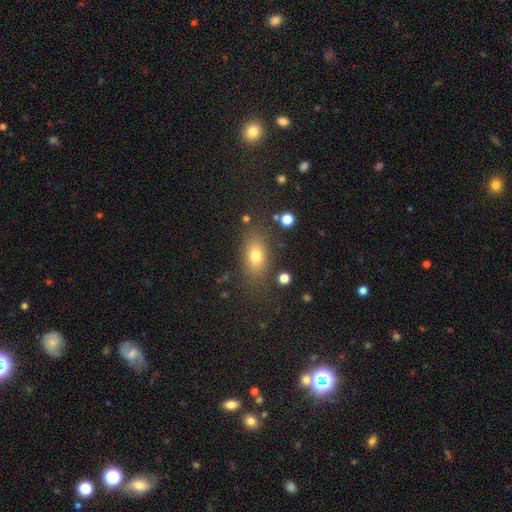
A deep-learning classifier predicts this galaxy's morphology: This is likely a smooth galaxy (75%). How rounded: likely in between (79%). Merging: likely none (77%).